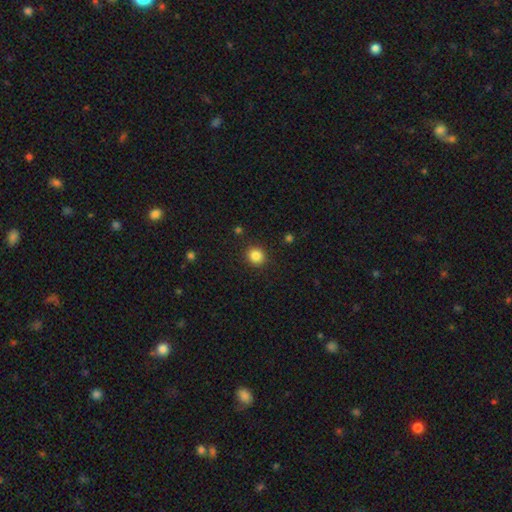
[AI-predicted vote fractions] Morphology: type=smooth (85%); roundness=round (86%); merging=none (90%).